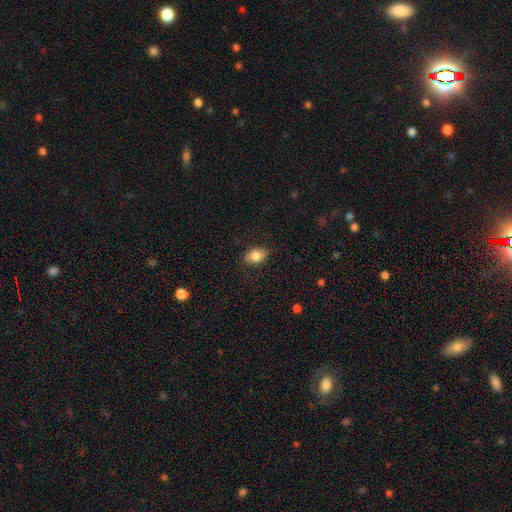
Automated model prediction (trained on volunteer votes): smooth 79%, featured or disk 13%, star or artifact 8%. Down the decision tree: how rounded — in between (78%); merging — none (78%).